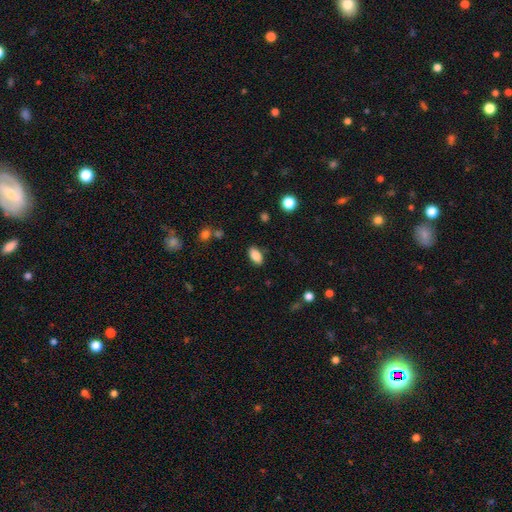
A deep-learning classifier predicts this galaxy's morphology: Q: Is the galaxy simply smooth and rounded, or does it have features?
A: smooth — 87%.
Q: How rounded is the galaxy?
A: in between — 92%.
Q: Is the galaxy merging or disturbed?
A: none — 85%.